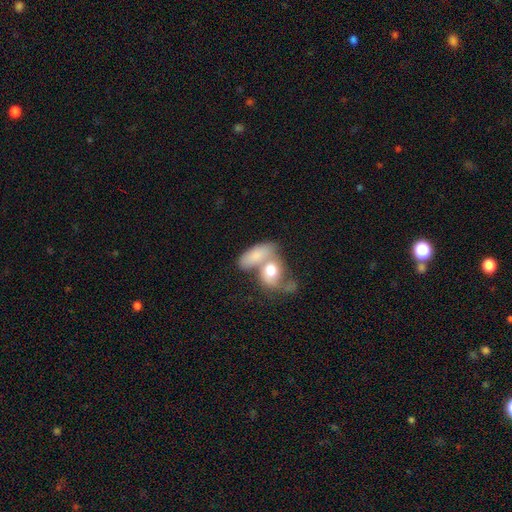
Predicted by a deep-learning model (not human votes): A smooth galaxy with no disk features (73%) that is in between round and cigar-shaped (83%). Merging: merger (60%).